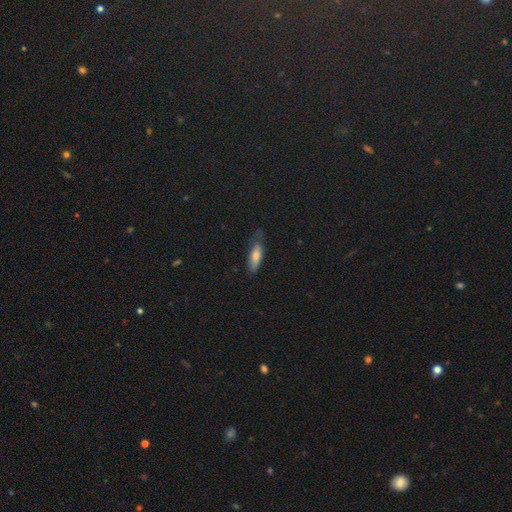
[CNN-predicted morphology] Smooth or featured: smooth — 74% (featured or disk — 19%)
How rounded: in between — 52% (cigar-shaped — 46%)
Merging: none — 62% (minor disturbance — 29%)